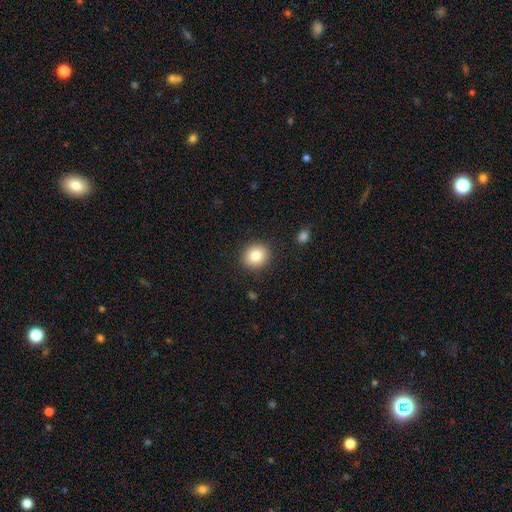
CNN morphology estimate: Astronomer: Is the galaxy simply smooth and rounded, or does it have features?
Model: smooth — 83%.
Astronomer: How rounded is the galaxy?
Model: round — 80%.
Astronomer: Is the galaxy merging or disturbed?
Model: none — 90%.